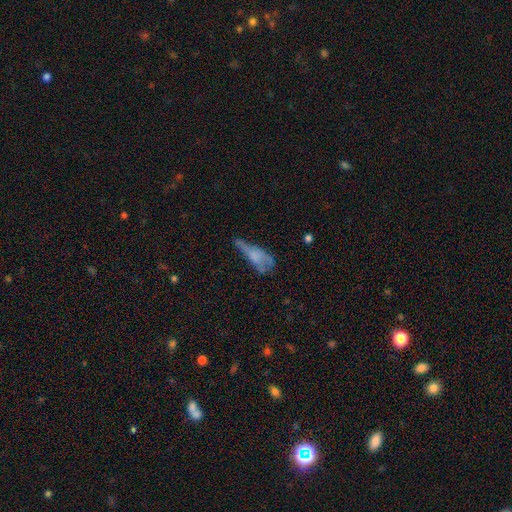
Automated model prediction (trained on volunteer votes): smooth-or-featured: smooth: 47% | featured or disk: 41% | star or artifact: 12%
  merging: major disturbance: 37% | none: 28% | minor disturbance: 27% | merger: 8%